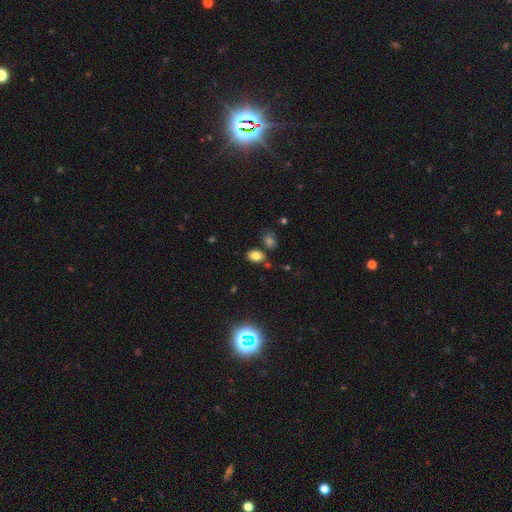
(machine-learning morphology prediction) Smooth or featured? Predicted: smooth (p=0.81). How rounded? Predicted: in between (p=0.82). Merging? Predicted: none (p=0.74).